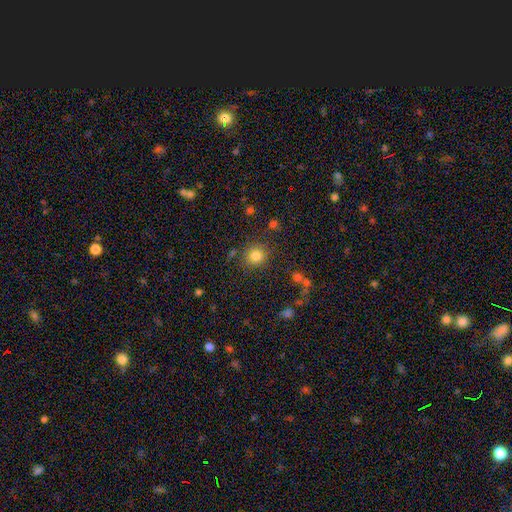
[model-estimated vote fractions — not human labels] Q: Smooth or featured?
A: smooth (81%); runner-up: star or artifact (13%)
Q: How rounded?
A: round (87%); runner-up: in between (12%)
Q: Merging?
A: none (81%); runner-up: minor disturbance (10%)